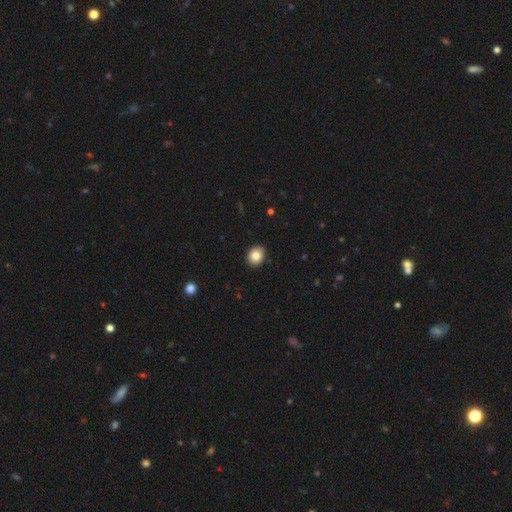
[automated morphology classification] smooth_or_featured: smooth (p=0.85) [alt: star or artifact p=0.09]
how_rounded: round (p=0.53) [alt: in between p=0.46]
merging: none (p=0.91) [alt: minor disturbance p=0.07]